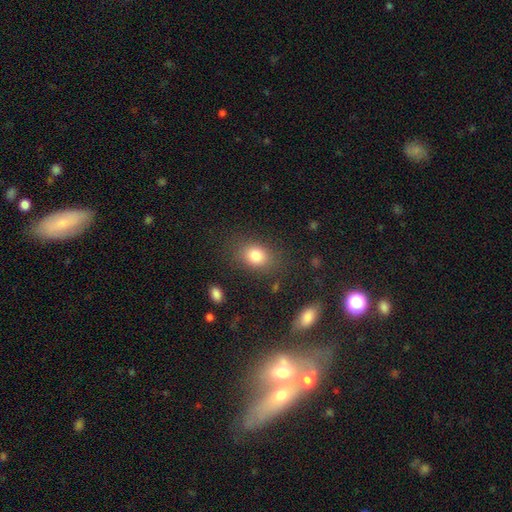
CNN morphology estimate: smooth-or-featured: smooth: 80% | star or artifact: 11% | featured or disk: 8%
  how-rounded: in between: 61% | round: 38% | cigar-shaped: 1%
  merging: none: 81% | minor disturbance: 12% | major disturbance: 5% | merger: 2%